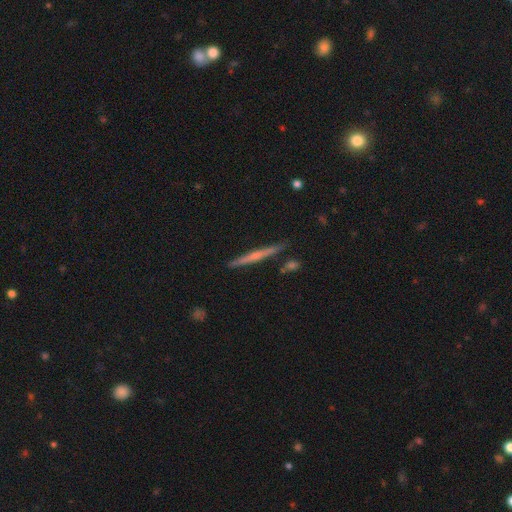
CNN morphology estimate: Overall: featured or disk (57%; smooth 36%). Edge-on disk: yes (97%). Edge-on bulge: none (56%; rounded 36%). Merging: none (88%).